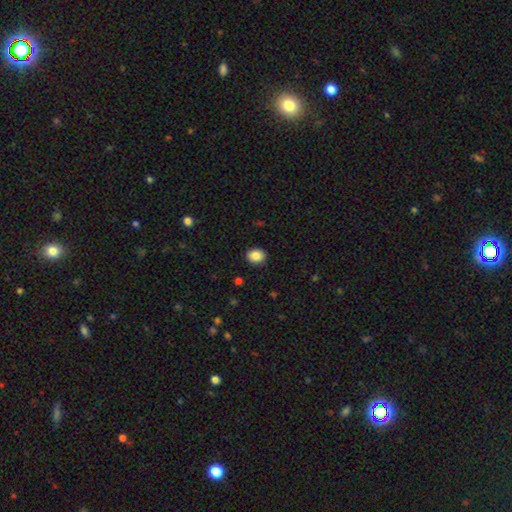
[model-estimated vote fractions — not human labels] smooth-or-featured: smooth: 87% | star or artifact: 9% | featured or disk: 5%
  how-rounded: round: 51% | in between: 48% | cigar-shaped: 1%
  merging: none: 91% | minor disturbance: 7% | major disturbance: 2% | merger: 1%